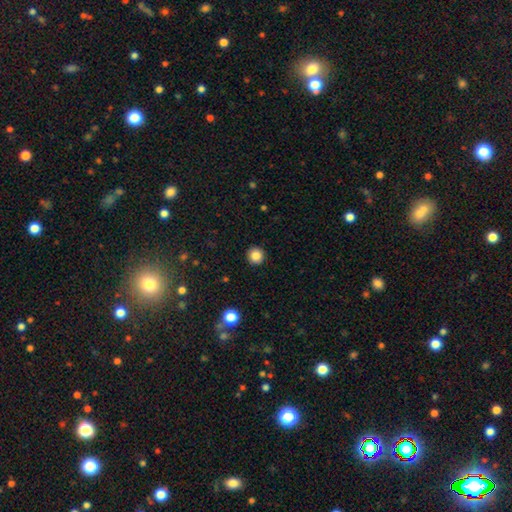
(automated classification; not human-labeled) Overall: smooth (85%). How rounded: round (94%). Merging: none (92%).